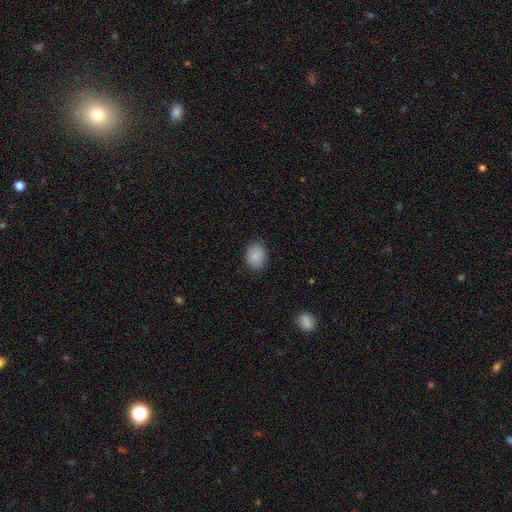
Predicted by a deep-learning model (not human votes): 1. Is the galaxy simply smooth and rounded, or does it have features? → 87% smooth, 8% star or artifact, 6% featured or disk.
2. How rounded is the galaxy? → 57% in between, 42% round, 1% cigar-shaped.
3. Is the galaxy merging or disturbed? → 86% none, 11% minor disturbance, 3% major disturbance, 1% merger.